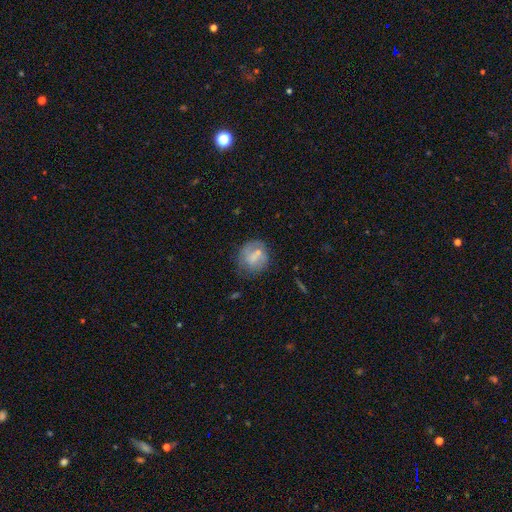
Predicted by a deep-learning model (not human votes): Overall: smooth (58%; featured or disk 33%). How rounded: round (79%). Merging: none (55%; minor disturbance 23%).